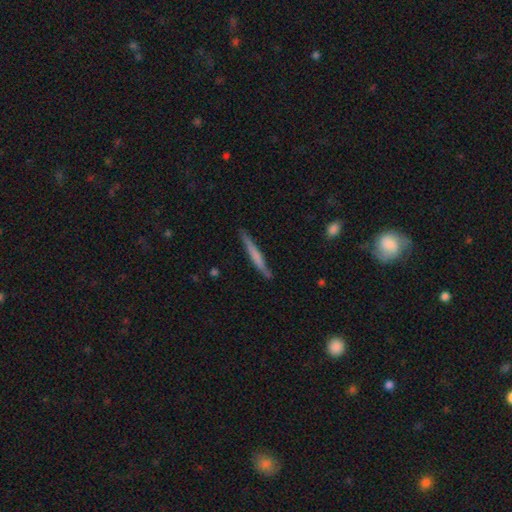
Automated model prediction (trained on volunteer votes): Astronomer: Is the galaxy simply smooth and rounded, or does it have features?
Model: smooth — 56% (runner-up: featured or disk, 38%).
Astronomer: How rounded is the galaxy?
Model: cigar-shaped — 96%.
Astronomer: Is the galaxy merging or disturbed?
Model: none — 84%.